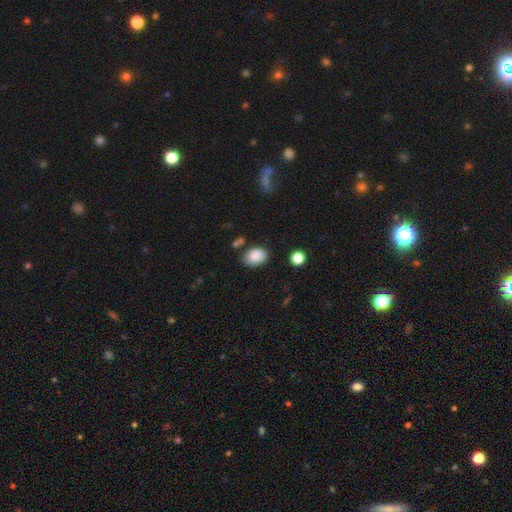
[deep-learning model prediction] Morphology: type=smooth (88%); roundness=in between (79%); merging=none (77%).